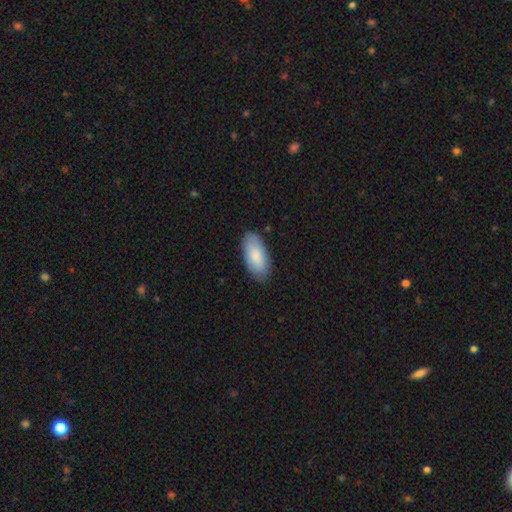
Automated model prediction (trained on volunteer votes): Smooth or featured? smooth (85%)
How rounded? in between (91%)
Merging? none (84%)